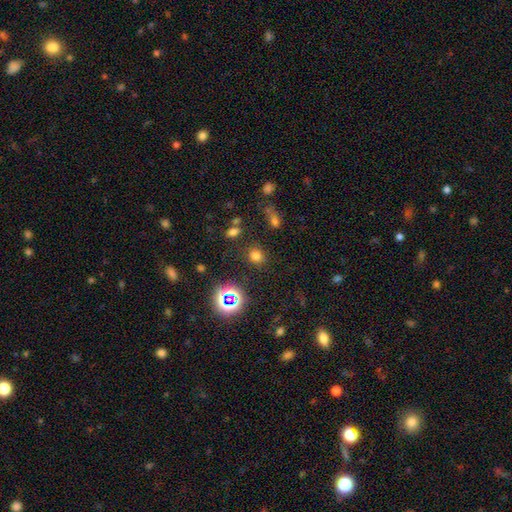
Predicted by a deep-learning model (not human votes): A smooth galaxy with no disk features (68%) that is round (75%).

Vote fractions:
- Smooth or featured? smooth: 68% / star or artifact: 25% / featured or disk: 7%
- How rounded? round: 75% / in between: 23% / cigar-shaped: 1%
- Merging? none: 82% / minor disturbance: 10% / merger: 4% / major disturbance: 4%